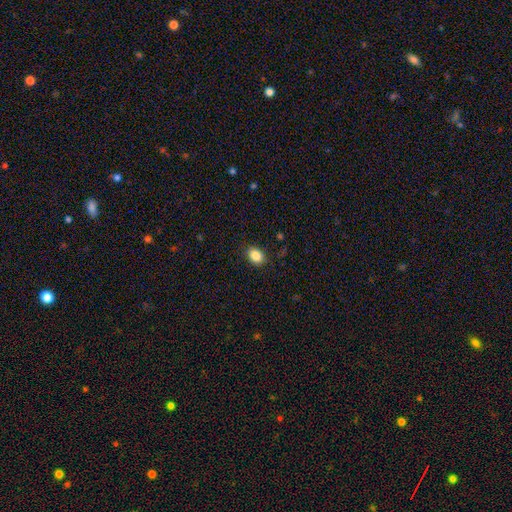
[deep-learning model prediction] smooth 86%, star or artifact 9%, featured or disk 5%. Down the decision tree: how rounded — in between (67%); merging — none (87%).